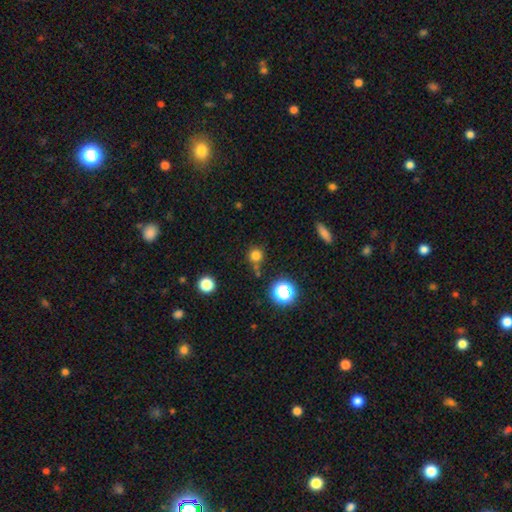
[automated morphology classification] The model was most divided on "smooth or featured": smooth: 76%, star or artifact: 18%, featured or disk: 6%. More confident: how rounded — round (92%); merging — none (74%).